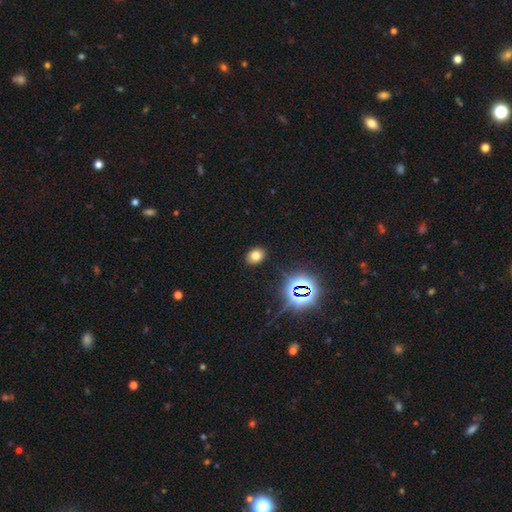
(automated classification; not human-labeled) Smooth or featured? smooth (70%)
How rounded? in between (65%)
Merging? none (89%)